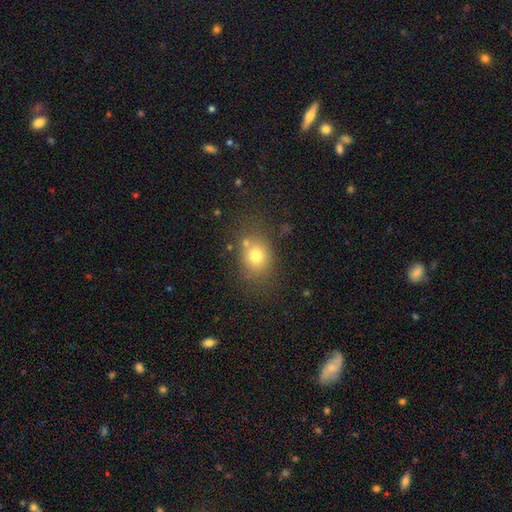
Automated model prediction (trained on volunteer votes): Morphology: type=smooth (75%); roundness=round (50%); merging=none (69%).